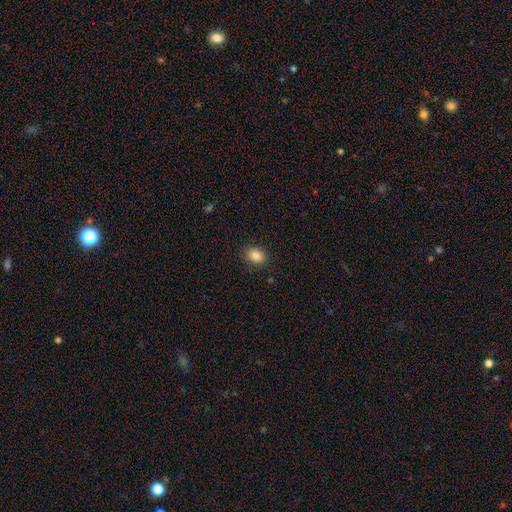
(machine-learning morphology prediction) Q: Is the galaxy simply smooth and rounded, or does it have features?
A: smooth — 86%.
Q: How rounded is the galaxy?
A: in between — 67%.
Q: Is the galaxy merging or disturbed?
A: none — 87%.